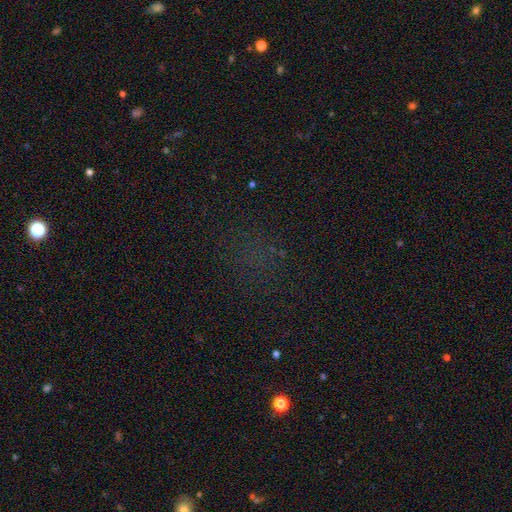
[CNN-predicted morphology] Smooth or featured? star or artifact (58%)